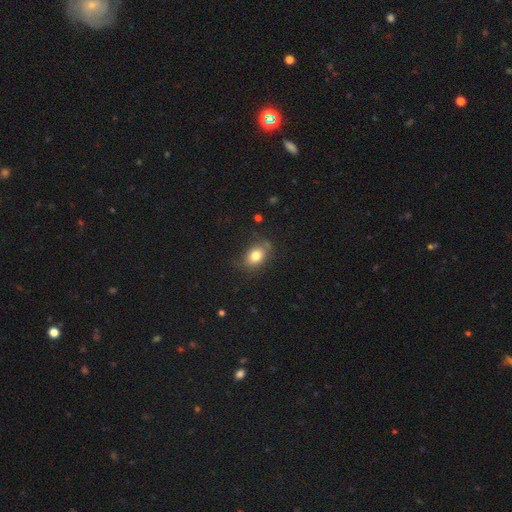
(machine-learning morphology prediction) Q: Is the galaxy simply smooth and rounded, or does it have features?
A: smooth — 79%.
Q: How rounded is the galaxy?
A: in between — 72%.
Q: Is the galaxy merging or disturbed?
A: none — 73%.